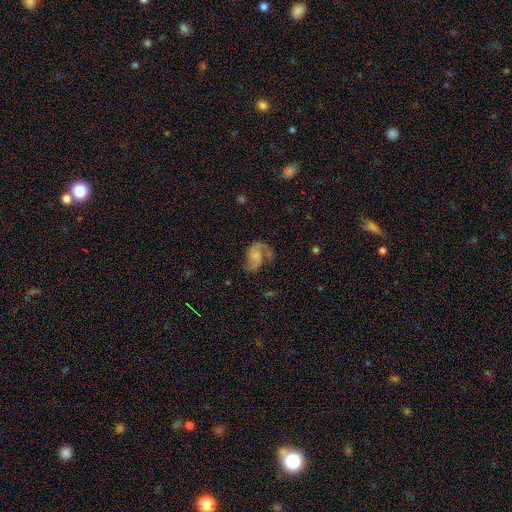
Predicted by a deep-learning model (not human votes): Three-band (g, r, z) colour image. It shows a featured or disk galaxy (68%) with no bar (64%), 2 (75%) loose (51%) spiral arms (91%) and no central bulge (41%). Merging: none (48%).